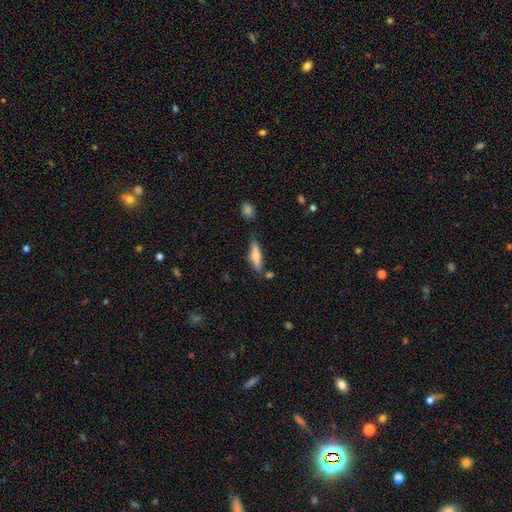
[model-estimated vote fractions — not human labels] Overall: smooth (67%). How rounded: cigar-shaped (67%; in between 32%). Merging: none (74%).